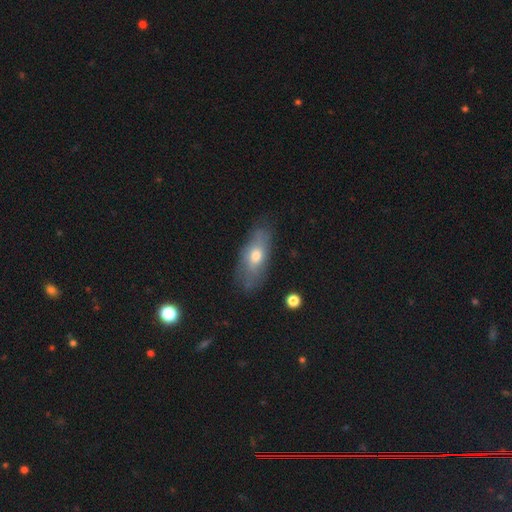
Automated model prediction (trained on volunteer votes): Morphology: type=smooth (59%); roundness=in between (77%); merging=none (76%).